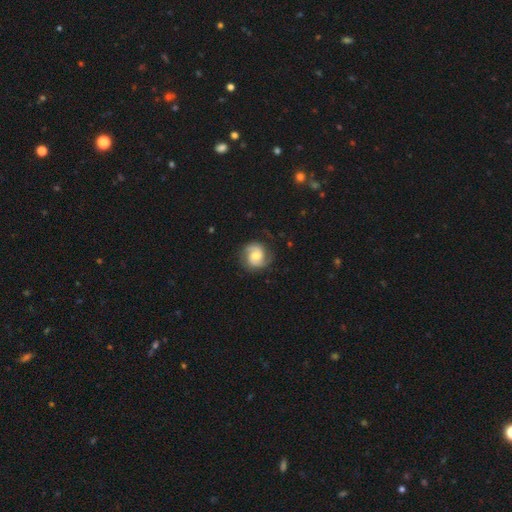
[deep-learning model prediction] Smooth or featured: featured or disk — 74% (smooth — 19%)
Edge-on disk: no — 98% (yes — 2%)
Bar: no — 55% (weak — 37%)
Spiral arms: yes — 95% (no — 5%)
Spiral winding: medium — 46% (tight — 37%)
Spiral arm count: 2 — 89% (can't tell — 5%)
Bulge size: moderate — 64% (small — 26%)
Merging: none — 80% (minor disturbance — 14%)